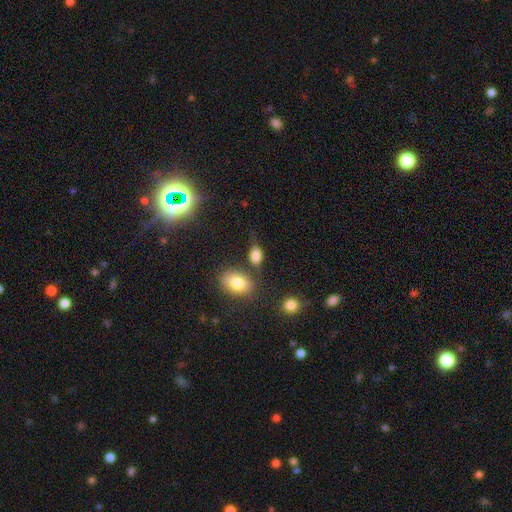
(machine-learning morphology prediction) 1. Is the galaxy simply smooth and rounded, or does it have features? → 81% smooth, 10% star or artifact, 9% featured or disk.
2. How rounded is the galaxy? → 83% in between, 13% round, 4% cigar-shaped.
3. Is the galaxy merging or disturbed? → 59% none, 20% minor disturbance, 13% merger, 8% major disturbance.